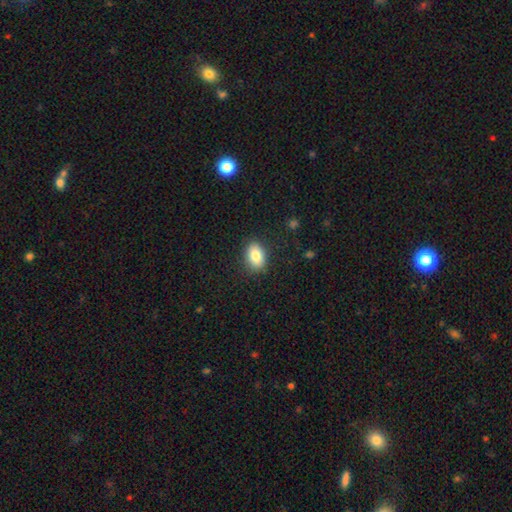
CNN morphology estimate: A smooth galaxy with no disk features (84%) that is in between round and cigar-shaped (85%). Merging: none (87%).